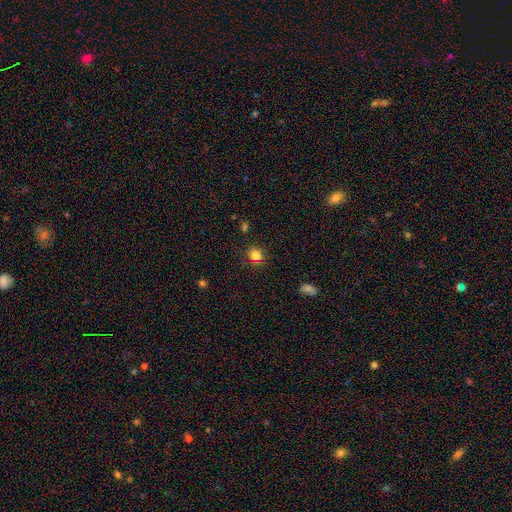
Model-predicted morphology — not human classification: Smooth or featured? smooth (80%)
How rounded? round (77%)
Merging? none (83%)